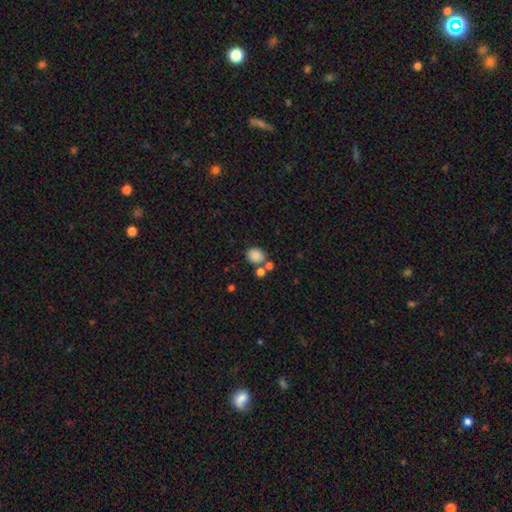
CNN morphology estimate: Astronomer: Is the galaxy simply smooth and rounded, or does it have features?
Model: smooth — 84%.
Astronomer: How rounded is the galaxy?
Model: round — 56% (runner-up: in between, 43%).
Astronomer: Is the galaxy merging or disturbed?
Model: none — 64%.